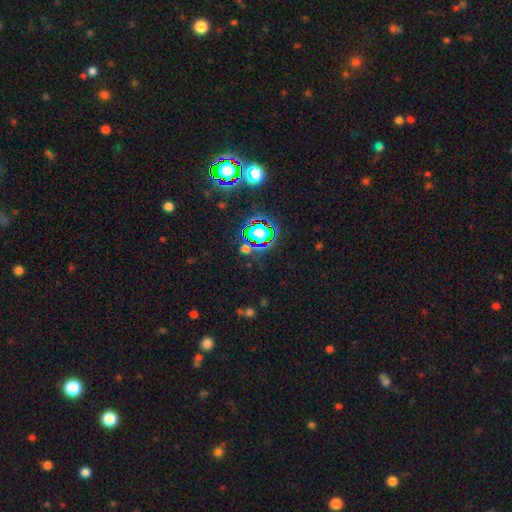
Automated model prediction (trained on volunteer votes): Smooth or featured: star or artifact — 78% (smooth — 14%)